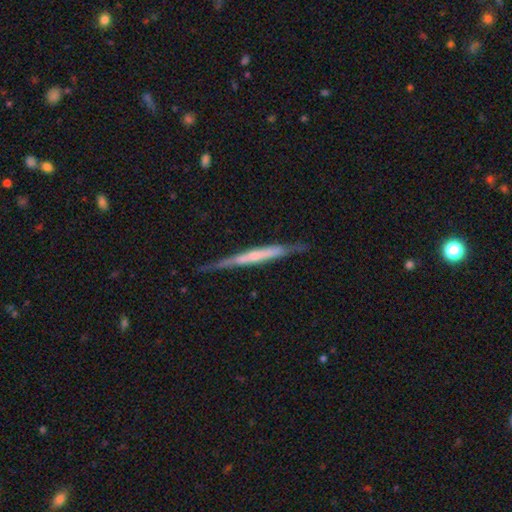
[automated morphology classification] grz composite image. It shows a featured or disk galaxy (65%) viewed edge-on (95%) with no central bulge (57%). Merging: none (79%).